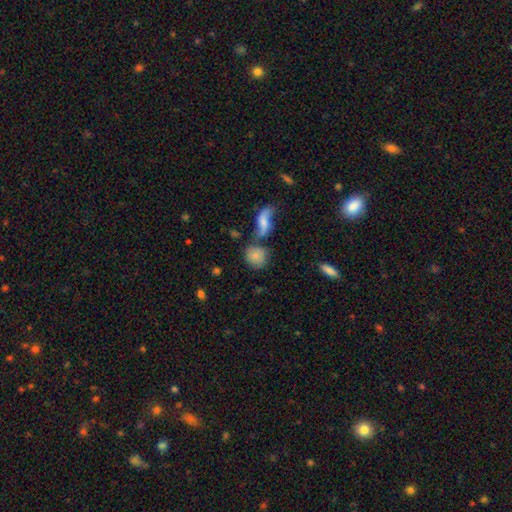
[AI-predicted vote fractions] Smooth or featured? Predicted: smooth (p=0.72). How rounded? Predicted: round (p=0.75). Merging? Predicted: none (p=0.55).